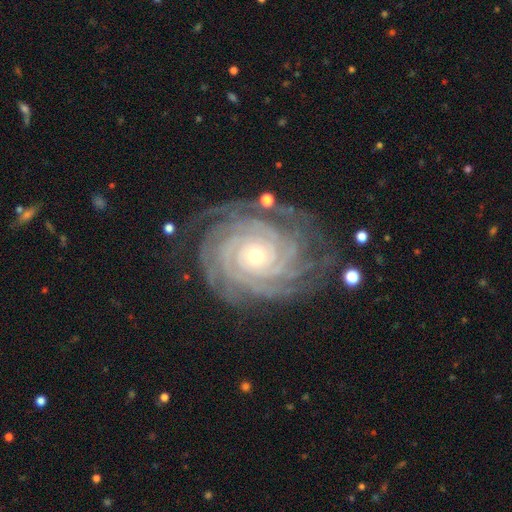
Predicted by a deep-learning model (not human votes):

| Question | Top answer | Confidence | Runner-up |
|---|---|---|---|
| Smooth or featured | featured or disk | 93% | star or artifact (4%) |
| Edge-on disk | no | 97% | yes (3%) |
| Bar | no | 74% | weak (16%) |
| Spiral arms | yes | 99% | no (1%) |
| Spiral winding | tight | 88% | medium (11%) |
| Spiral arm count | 4 | 28% | more than 4 (27%) |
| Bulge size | small | 54% | moderate (43%) |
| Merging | none | 79% | minor disturbance (15%) |